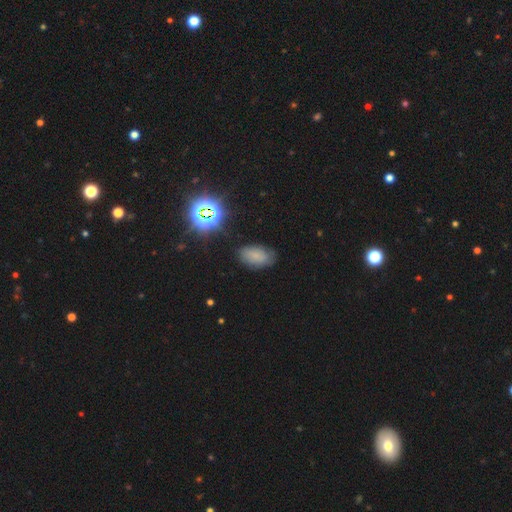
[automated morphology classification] Smooth or featured?
  - smooth: 67% *
  - star or artifact: 20%
  - featured or disk: 13%
How rounded?
  - in between: 91% *
  - round: 7%
  - cigar-shaped: 2%
Merging?
  - none: 73% *
  - minor disturbance: 19%
  - major disturbance: 5%
  - merger: 2%